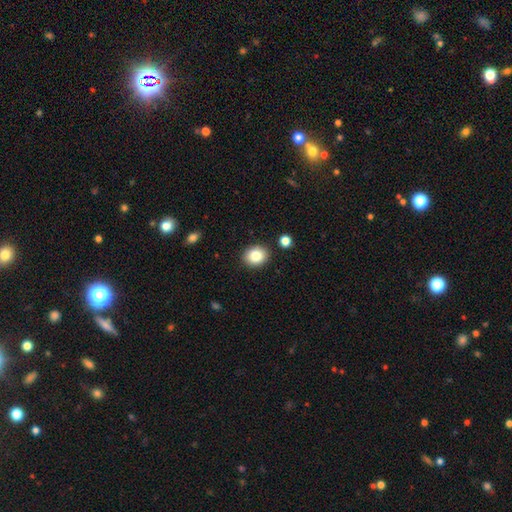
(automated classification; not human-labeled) Smooth or featured? Predicted: smooth (p=0.86). How rounded? Predicted: round (p=0.53). Merging? Predicted: none (p=0.88).